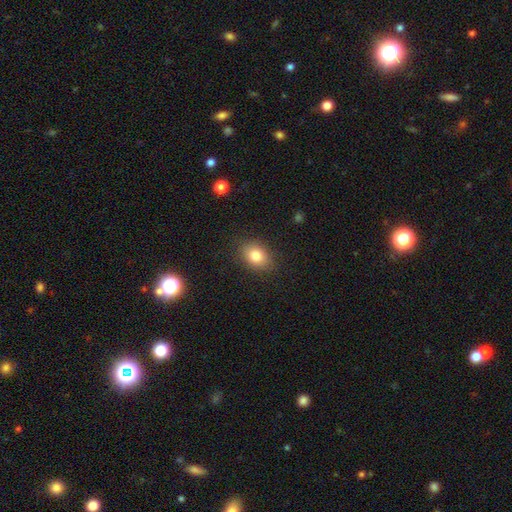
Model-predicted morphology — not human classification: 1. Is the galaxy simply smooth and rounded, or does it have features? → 82% smooth, 10% star or artifact, 9% featured or disk.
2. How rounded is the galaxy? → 66% in between, 33% round, 1% cigar-shaped.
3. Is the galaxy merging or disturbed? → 86% none, 10% minor disturbance, 3% major disturbance, 1% merger.